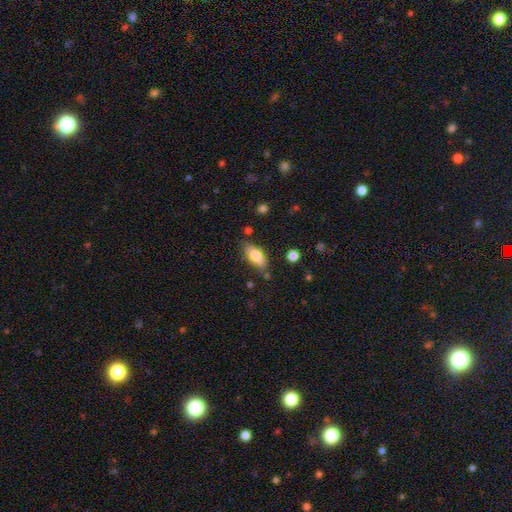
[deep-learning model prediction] Overall: smooth (76%). How rounded: in between (82%). Merging: none (75%).